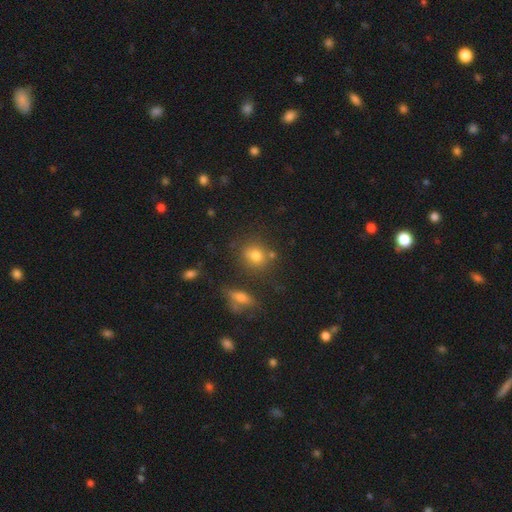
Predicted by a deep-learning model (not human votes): Smooth or featured?
  - smooth: 72% *
  - star or artifact: 17%
  - featured or disk: 11%
How rounded?
  - round: 69% *
  - in between: 29%
  - cigar-shaped: 2%
Merging?
  - none: 69% *
  - minor disturbance: 13%
  - merger: 13%
  - major disturbance: 5%